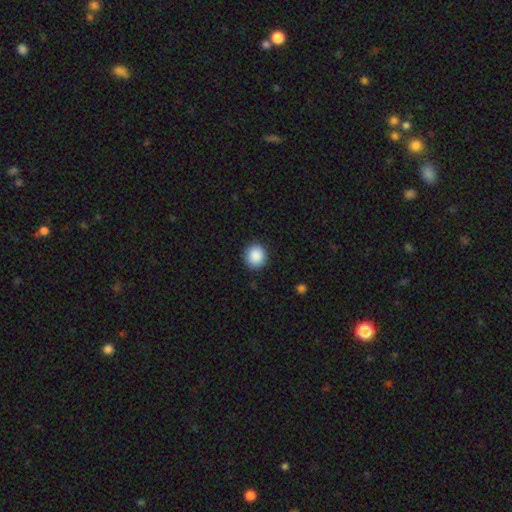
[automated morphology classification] smooth-or-featured: smooth: 89% | star or artifact: 8% | featured or disk: 3%
  how-rounded: round: 88% | in between: 11% | cigar-shaped: 1%
  merging: none: 90% | minor disturbance: 7% | major disturbance: 2% | merger: 1%